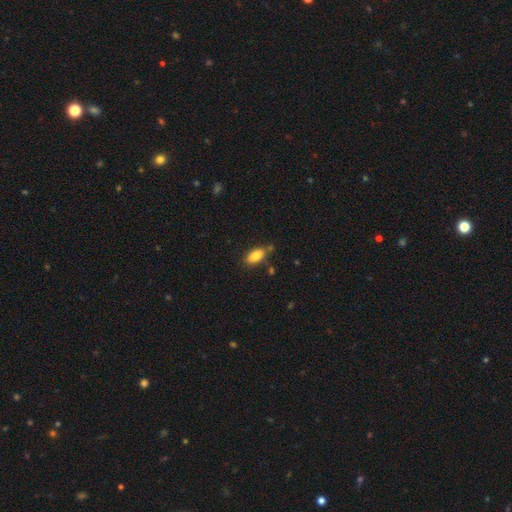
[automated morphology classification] Smooth or featured: smooth — 84% (featured or disk — 8%)
How rounded: in between — 90% (cigar-shaped — 6%)
Merging: none — 71% (minor disturbance — 17%)